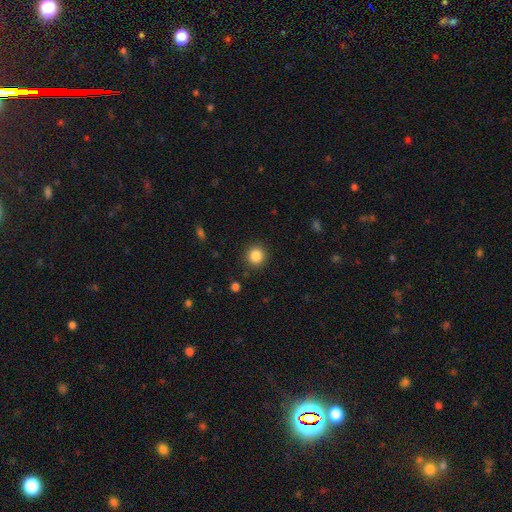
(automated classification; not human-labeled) Smooth or featured? smooth (85%)
How rounded? round (93%)
Merging? none (91%)